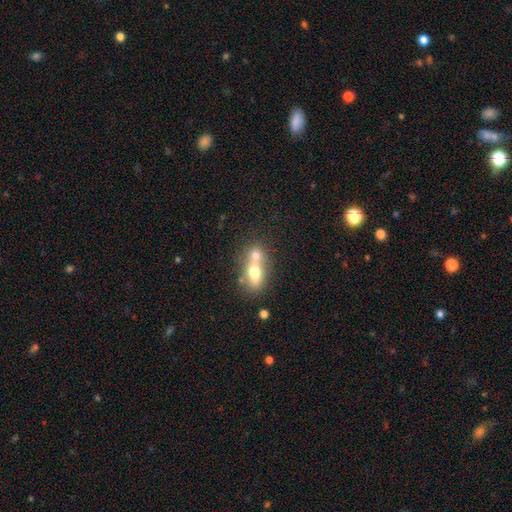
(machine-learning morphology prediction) The model was most divided on "how rounded": in between: 63%, round: 31%, cigar-shaped: 7%. More confident: smooth or featured — smooth (66%); merging — merger (63%).